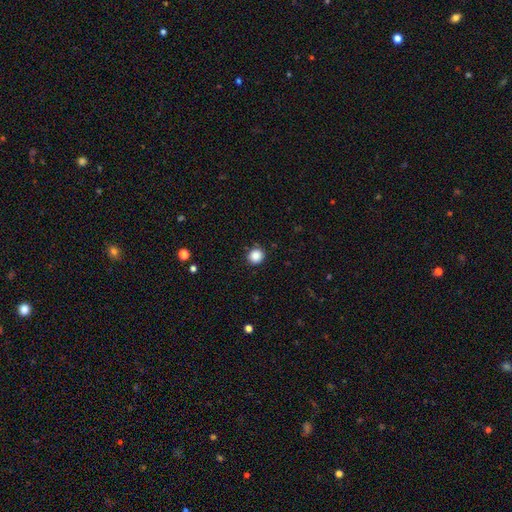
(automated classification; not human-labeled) Smooth or featured? Predicted: smooth (p=0.87). How rounded? Predicted: round (p=0.88). Merging? Predicted: none (p=0.90).